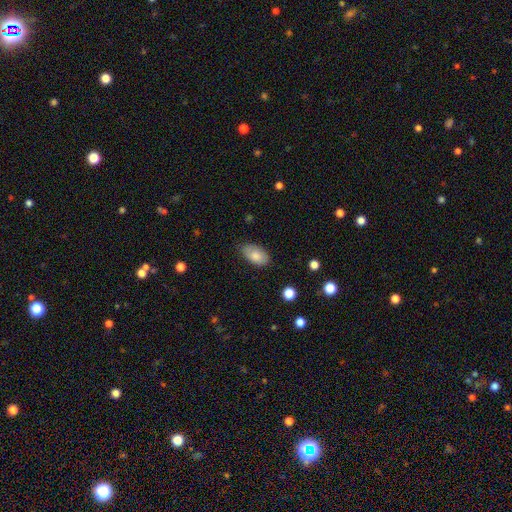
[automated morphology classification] Smooth or featured? Predicted: smooth (p=0.83). How rounded? Predicted: in between (p=0.94). Merging? Predicted: none (p=0.74).